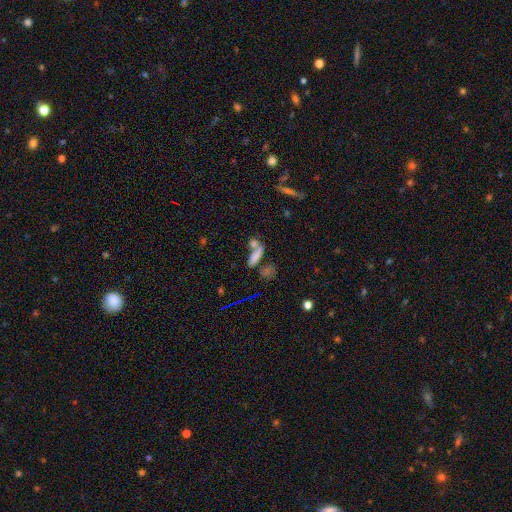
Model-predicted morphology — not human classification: This is likely a smooth galaxy (71%). How rounded: possibly cigar-shaped (55%). Merging: possibly none (49%).